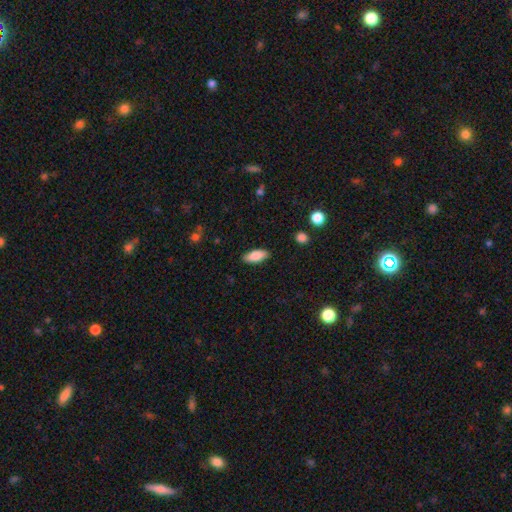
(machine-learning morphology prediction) smooth 84%, featured or disk 9%, star or artifact 6%. Down the decision tree: how rounded — in between (82%); merging — none (87%).